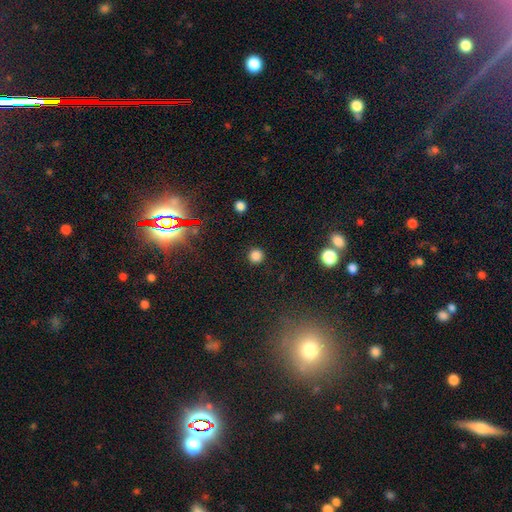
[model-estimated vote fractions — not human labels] Smooth or featured: smooth — 82% (star or artifact — 15%)
How rounded: round — 95% (in between — 4%)
Merging: none — 92% (minor disturbance — 5%)